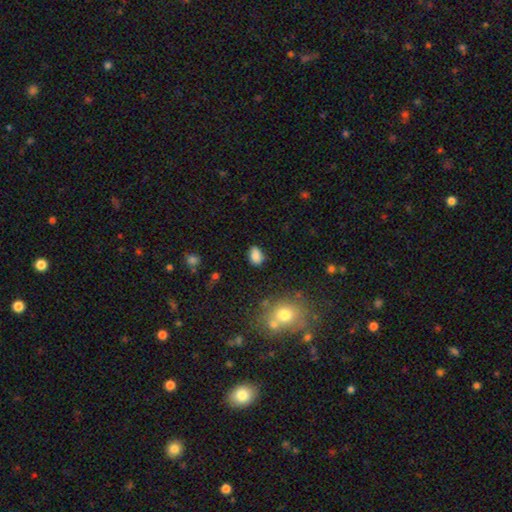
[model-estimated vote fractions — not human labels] This appears to be a smooth galaxy with no disk features (84%) that is in between round and cigar-shaped (84%). Merging: none (75%).